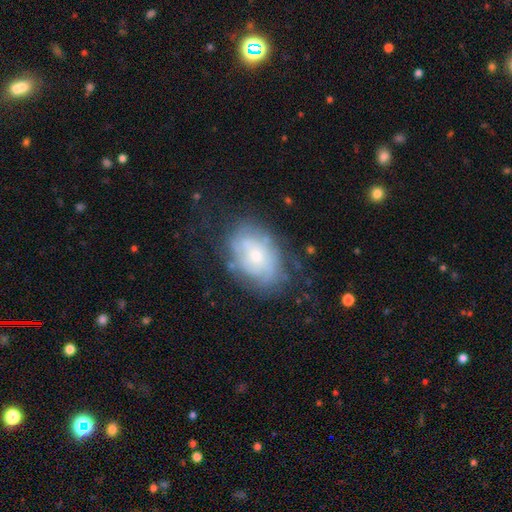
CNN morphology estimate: Q: Smooth or featured?
A: featured or disk (53%); runner-up: smooth (39%)
Q: Edge-on disk?
A: no (95%); runner-up: yes (5%)
Q: Bar?
A: no (78%); runner-up: weak (18%)
Q: Spiral arms?
A: yes (57%); runner-up: no (43%)
Q: Bulge size?
A: small (48%); runner-up: moderate (42%)
Q: Merging?
A: none (61%); runner-up: minor disturbance (24%)